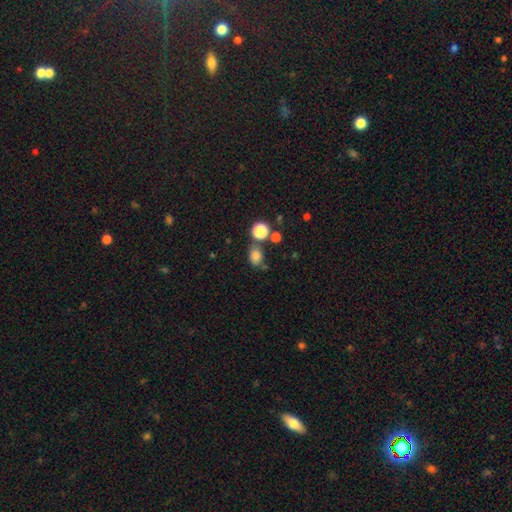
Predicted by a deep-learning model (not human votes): Morphology: type=smooth (78%); roundness=in between (51%); merging=none (63%).